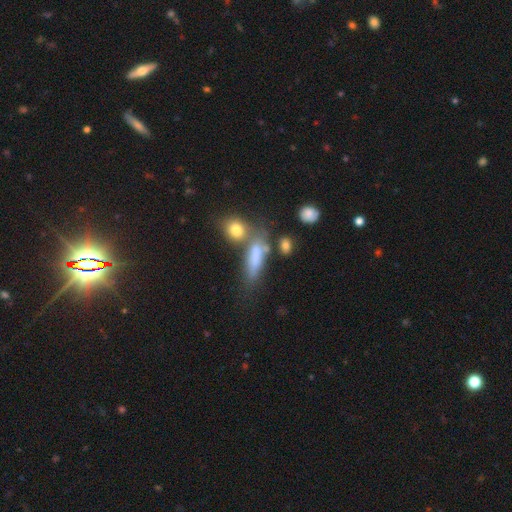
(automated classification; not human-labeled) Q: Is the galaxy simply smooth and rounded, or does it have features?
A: smooth — 71%.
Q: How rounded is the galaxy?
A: in between — 47%.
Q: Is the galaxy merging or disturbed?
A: none — 38%.